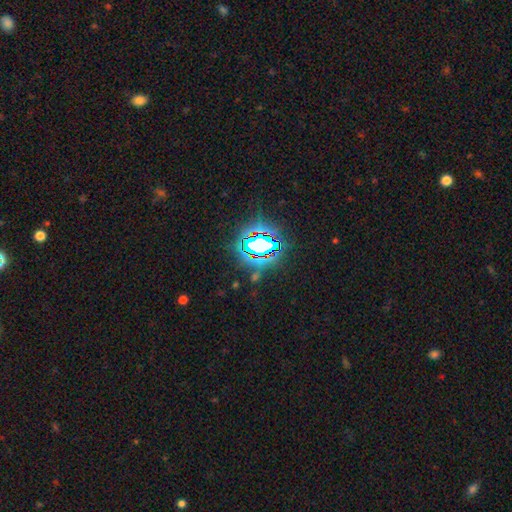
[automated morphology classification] This appears to be a star or artifact, not a galaxy (84%).